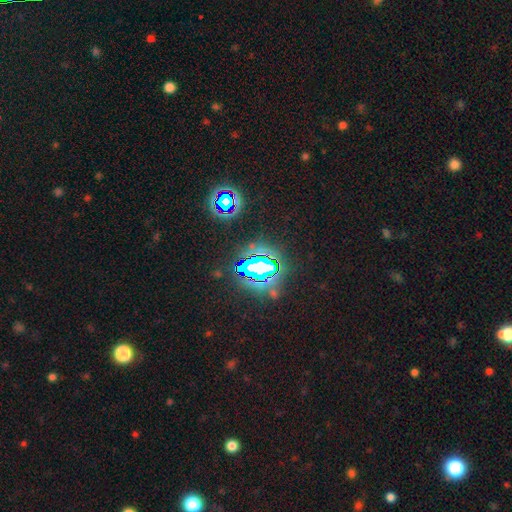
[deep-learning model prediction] The model was most divided on "smooth or featured": star or artifact: 81%, smooth: 12%, featured or disk: 7%.